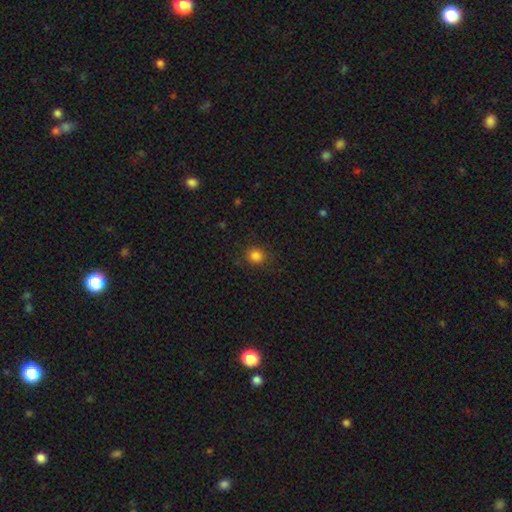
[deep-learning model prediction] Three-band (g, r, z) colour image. It shows a smooth galaxy with no disk features (84%) that is round (83%). Merging: none (85%).